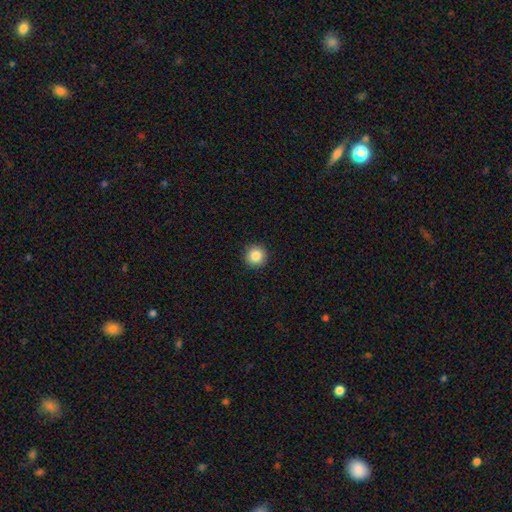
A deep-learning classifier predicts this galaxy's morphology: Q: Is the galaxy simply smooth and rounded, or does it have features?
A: smooth — 86%.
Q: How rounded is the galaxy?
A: round — 96%.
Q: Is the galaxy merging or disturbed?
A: none — 93%.